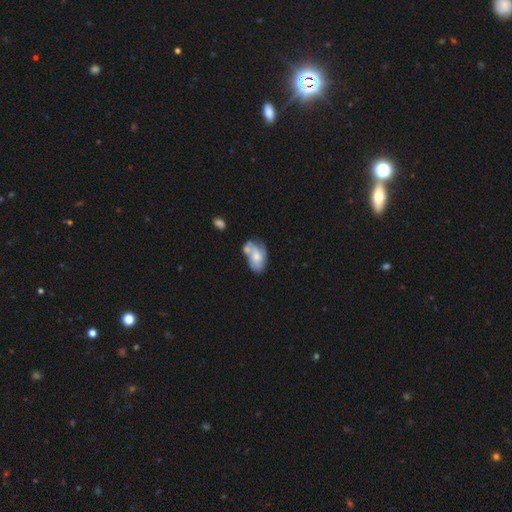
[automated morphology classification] This appears to be a smooth galaxy with no disk features (52%) that is in between round and cigar-shaped (90%). Merging: none (34%).